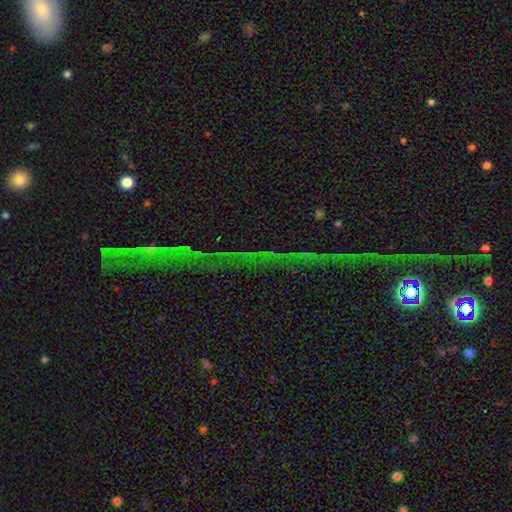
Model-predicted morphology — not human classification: This appears to be a star or artifact, not a galaxy (76%).